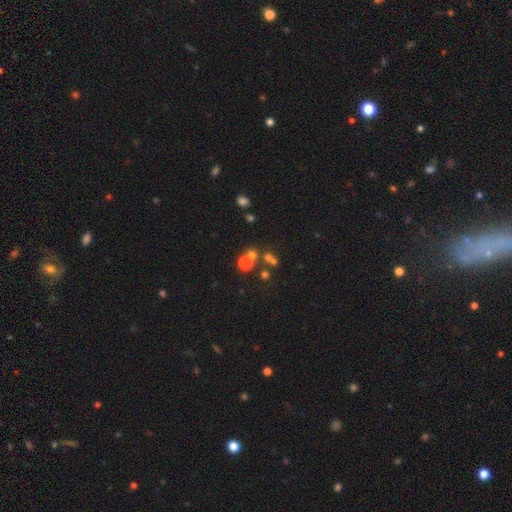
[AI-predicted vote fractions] Q: Smooth or featured?
A: star or artifact (47%); runner-up: smooth (36%)